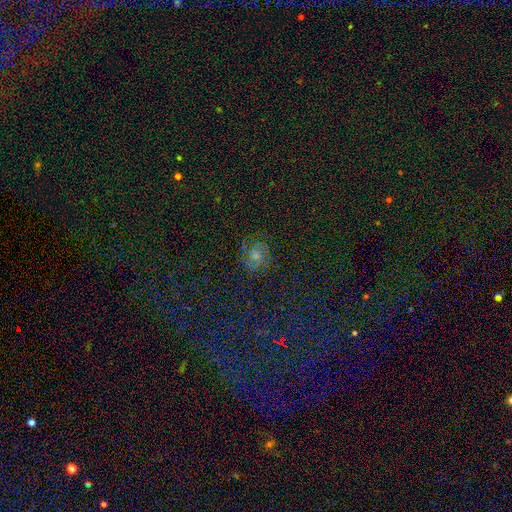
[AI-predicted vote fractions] Morphology: type=smooth (41%); merging=none (71%).